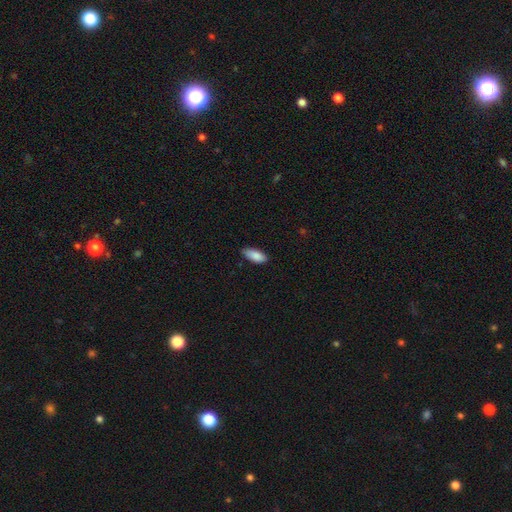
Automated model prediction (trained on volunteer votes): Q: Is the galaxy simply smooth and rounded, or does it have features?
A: smooth — 88%.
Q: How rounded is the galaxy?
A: in between — 87%.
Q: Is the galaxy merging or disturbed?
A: none — 80%.